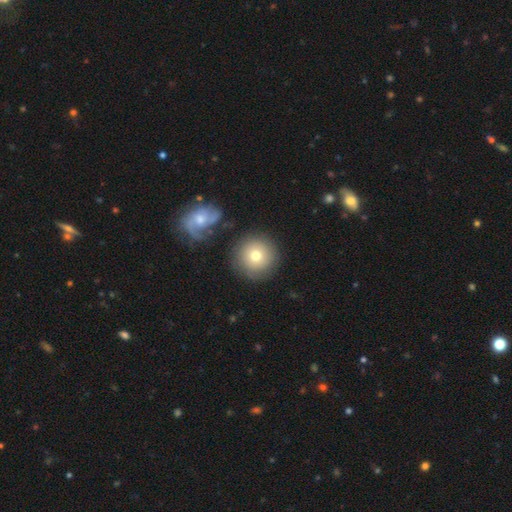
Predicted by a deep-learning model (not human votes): Smooth or featured? Predicted: smooth (p=0.73). How rounded? Predicted: round (p=0.94). Merging? Predicted: none (p=0.81).